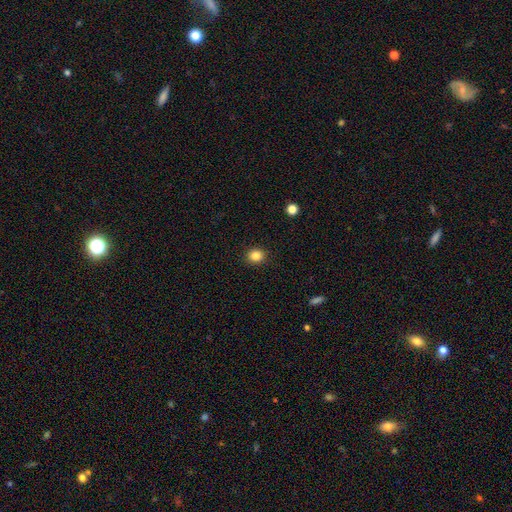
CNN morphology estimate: Overall: smooth (85%). How rounded: round (75%). Merging: none (91%).